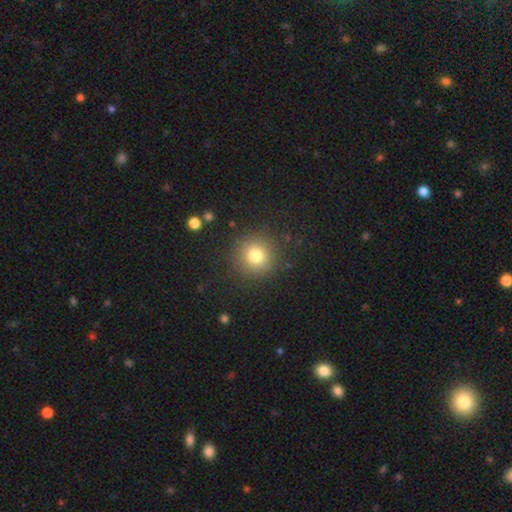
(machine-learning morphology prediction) Smooth or featured?
  - smooth: 78% *
  - star or artifact: 14%
  - featured or disk: 8%
How rounded?
  - round: 94% *
  - in between: 5%
  - cigar-shaped: 1%
Merging?
  - none: 89% *
  - minor disturbance: 7%
  - major disturbance: 3%
  - merger: 1%